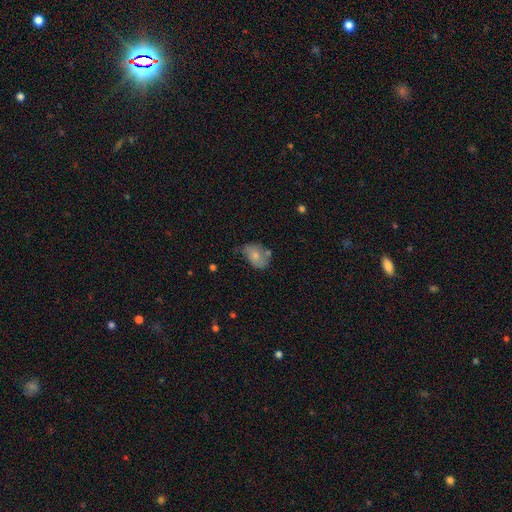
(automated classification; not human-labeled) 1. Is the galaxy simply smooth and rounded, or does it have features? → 66% smooth, 25% featured or disk, 8% star or artifact.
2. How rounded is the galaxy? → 81% in between, 17% round, 1% cigar-shaped.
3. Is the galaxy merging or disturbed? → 45% none, 35% minor disturbance, 12% major disturbance, 9% merger.